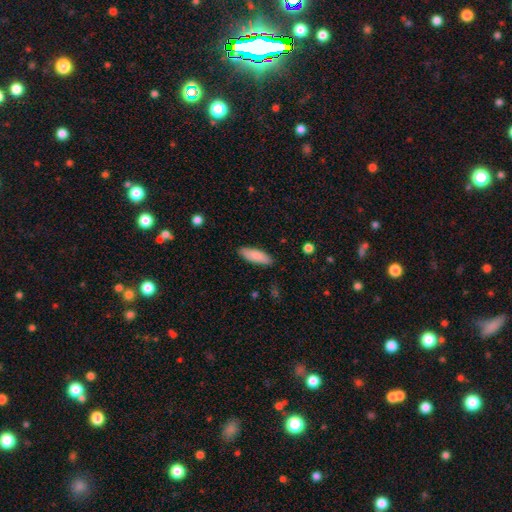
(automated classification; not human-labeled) Smooth or featured: smooth — 87% (featured or disk — 8%)
How rounded: in between — 62% (cigar-shaped — 36%)
Merging: none — 88% (minor disturbance — 9%)